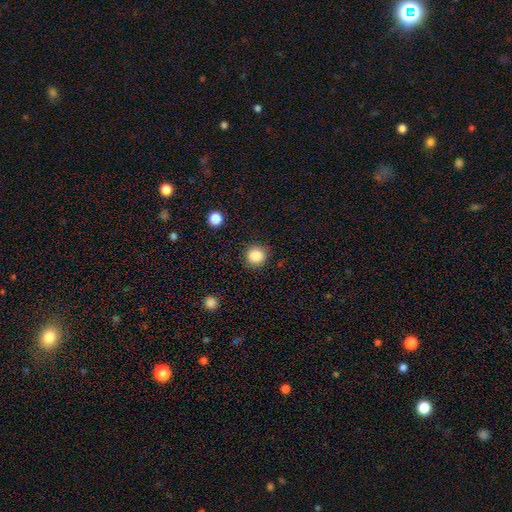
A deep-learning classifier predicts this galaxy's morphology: smooth_or_featured: smooth (p=0.86) [alt: star or artifact p=0.10]
how_rounded: round (p=0.90) [alt: in between p=0.09]
merging: none (p=0.88) [alt: minor disturbance p=0.08]